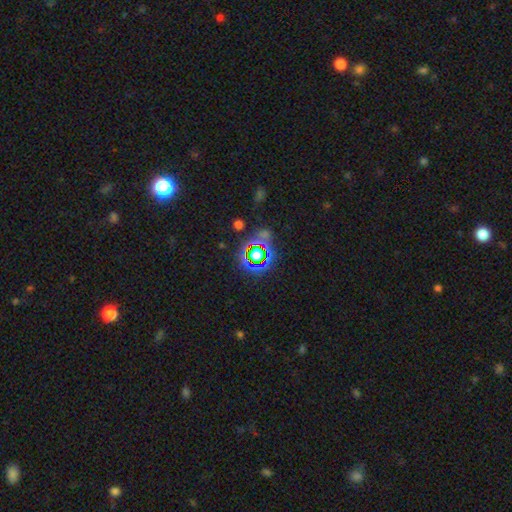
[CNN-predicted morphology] smooth-or-featured: star or artifact: 68% | smooth: 21% | featured or disk: 11%